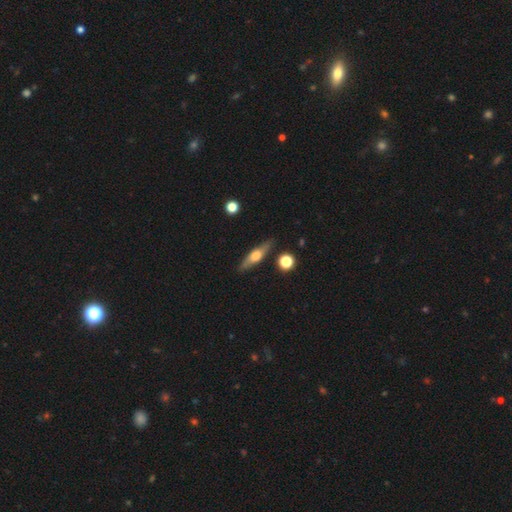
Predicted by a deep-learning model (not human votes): A featured or disk galaxy (54%) viewed edge-on (90%).

Vote fractions:
- Smooth or featured? featured or disk: 54% / smooth: 40% / star or artifact: 6%
- Edge-on disk? yes: 90% / no: 10%
- Merging? none: 85% / minor disturbance: 10% / merger: 3% / major disturbance: 2%